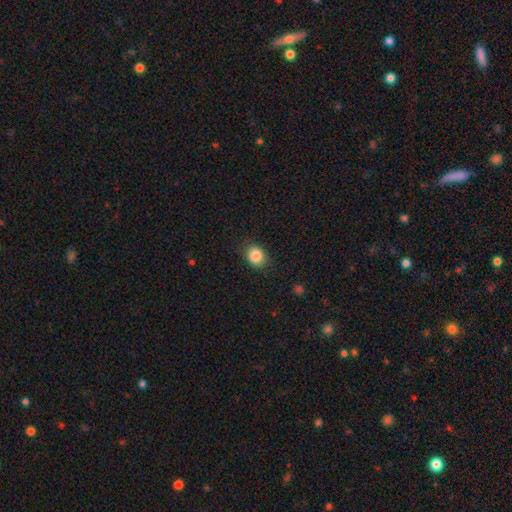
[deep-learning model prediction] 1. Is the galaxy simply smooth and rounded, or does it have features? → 86% smooth, 9% star or artifact, 5% featured or disk.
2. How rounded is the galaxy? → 54% round, 45% in between, 1% cigar-shaped.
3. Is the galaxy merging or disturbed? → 85% none, 11% minor disturbance, 3% major disturbance, 1% merger.